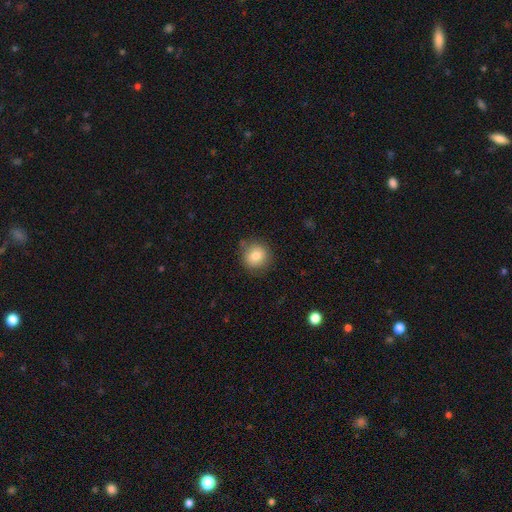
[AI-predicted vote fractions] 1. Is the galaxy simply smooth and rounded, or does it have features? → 82% smooth, 9% star or artifact, 8% featured or disk.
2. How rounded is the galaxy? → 90% round, 9% in between, 1% cigar-shaped.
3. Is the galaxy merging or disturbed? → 82% none, 13% minor disturbance, 3% major disturbance, 2% merger.